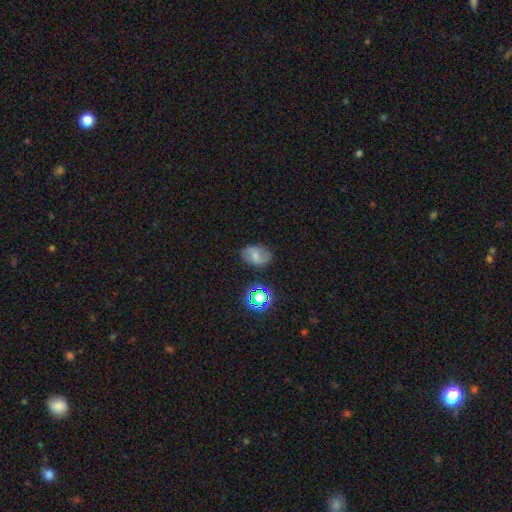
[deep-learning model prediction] Smooth or featured? smooth (47%)
Merging? none (77%)